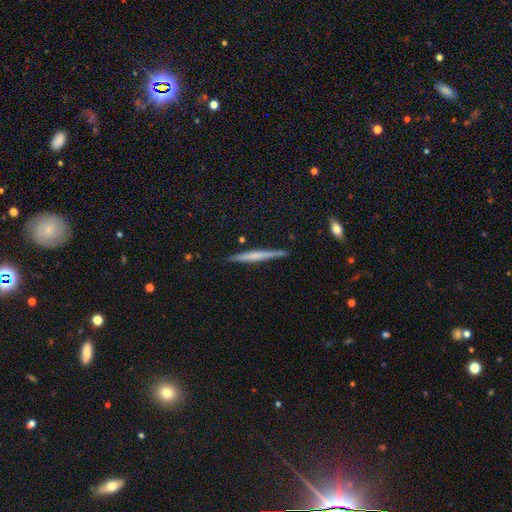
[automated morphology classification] Smooth or featured? Predicted: featured or disk (p=0.52). Edge-on disk? Predicted: yes (p=0.97). Edge-on bulge? Predicted: none (p=0.61). Merging? Predicted: none (p=0.88).